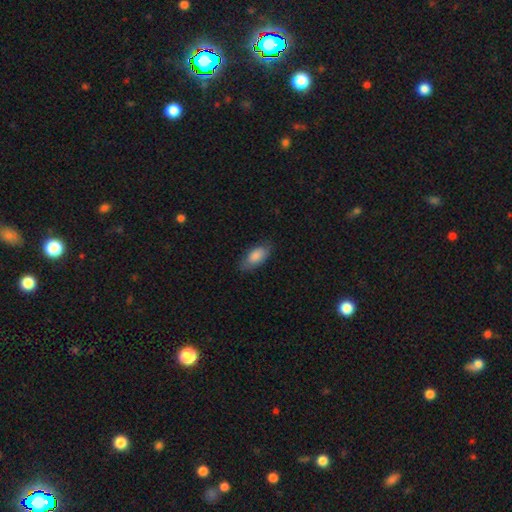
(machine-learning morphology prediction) The model was most divided on "merging": none: 79%, minor disturbance: 17%, major disturbance: 3%, merger: 1%. More confident: how rounded — in between (89%); smooth or featured — smooth (82%).